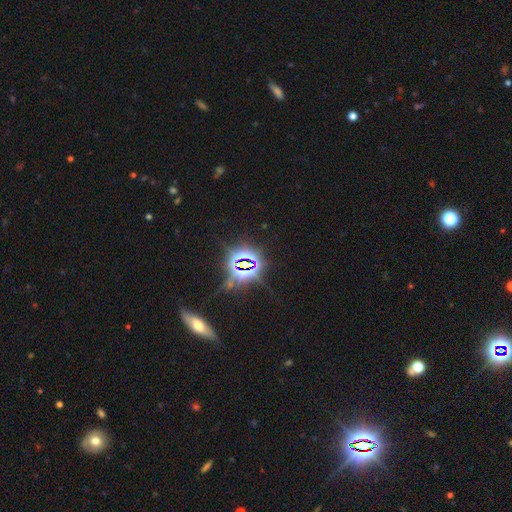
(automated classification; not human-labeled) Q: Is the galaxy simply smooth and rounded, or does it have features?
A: star or artifact — 80%.